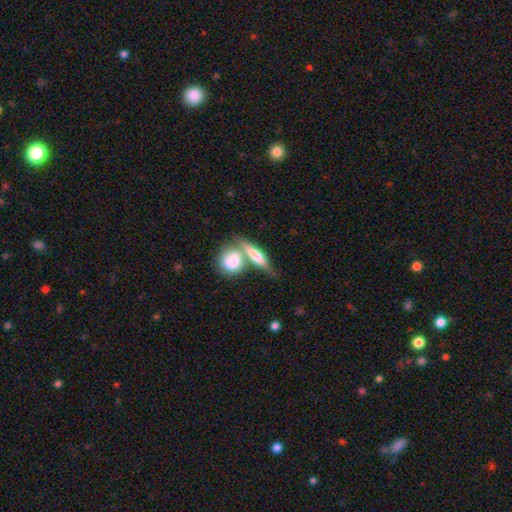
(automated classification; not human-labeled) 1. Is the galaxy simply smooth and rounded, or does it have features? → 66% smooth, 27% featured or disk, 6% star or artifact.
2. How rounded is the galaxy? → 47% in between, 35% cigar-shaped, 18% round.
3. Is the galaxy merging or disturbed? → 50% merger, 35% none, 10% minor disturbance, 6% major disturbance.